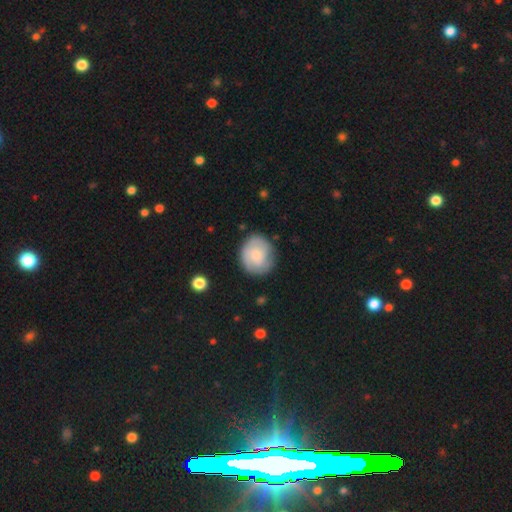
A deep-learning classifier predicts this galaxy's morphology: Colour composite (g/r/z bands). It shows a smooth galaxy with no disk features (51%) that is round (79%). Merging: none (76%).